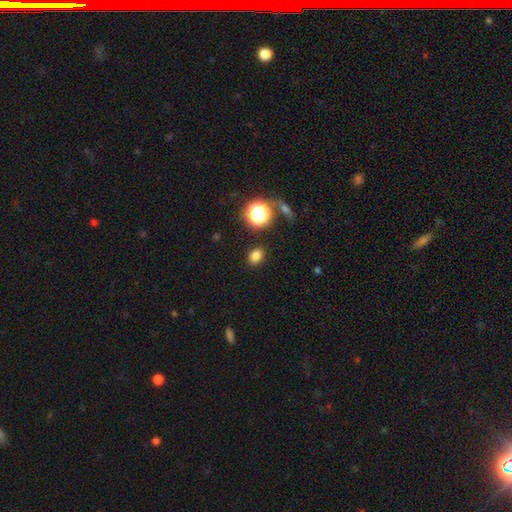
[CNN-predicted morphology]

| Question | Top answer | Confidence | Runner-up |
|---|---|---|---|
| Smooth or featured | smooth | 79% | star or artifact (16%) |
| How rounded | in between | 60% | round (39%) |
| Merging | none | 86% | minor disturbance (9%) |